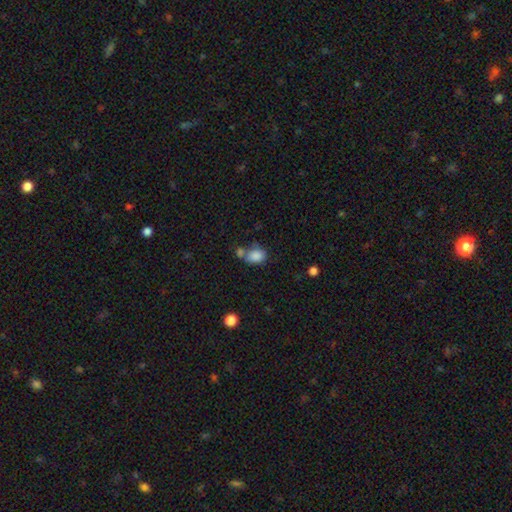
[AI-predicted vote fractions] Q: Smooth or featured?
A: smooth (84%); runner-up: star or artifact (9%)
Q: How rounded?
A: in between (70%); runner-up: round (29%)
Q: Merging?
A: none (43%); runner-up: merger (33%)